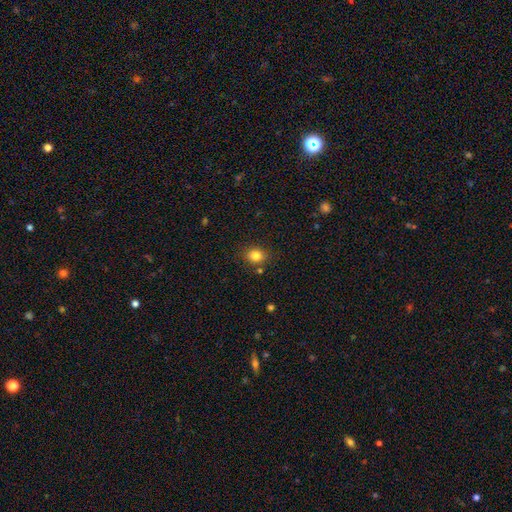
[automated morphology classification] Smooth or featured? Predicted: smooth (p=0.82). How rounded? Predicted: round (p=0.59). Merging? Predicted: none (p=0.83).